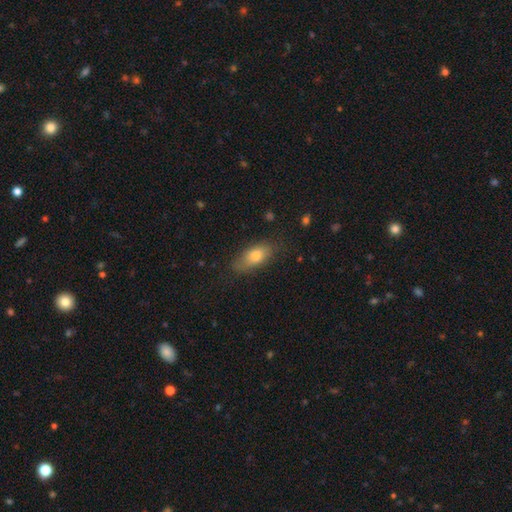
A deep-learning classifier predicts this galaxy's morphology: Overall: smooth (75%). How rounded: in between (82%). Merging: none (76%).